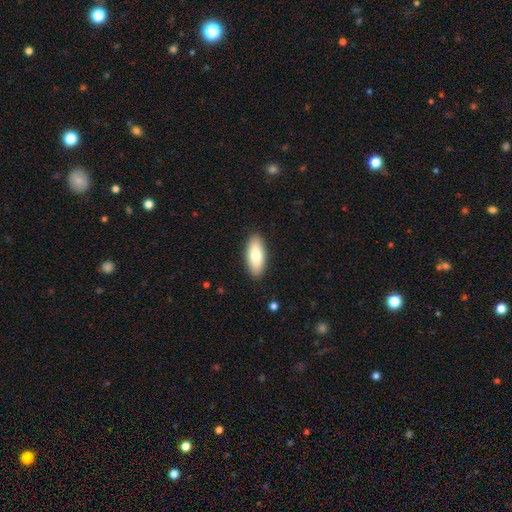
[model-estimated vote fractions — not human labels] A smooth galaxy with no disk features (78%) that is in between round and cigar-shaped (80%).

Vote fractions:
- Smooth or featured? smooth: 78% / featured or disk: 16% / star or artifact: 6%
- How rounded? in between: 80% / cigar-shaped: 18% / round: 2%
- Merging? none: 89% / minor disturbance: 8% / major disturbance: 2% / merger: 1%